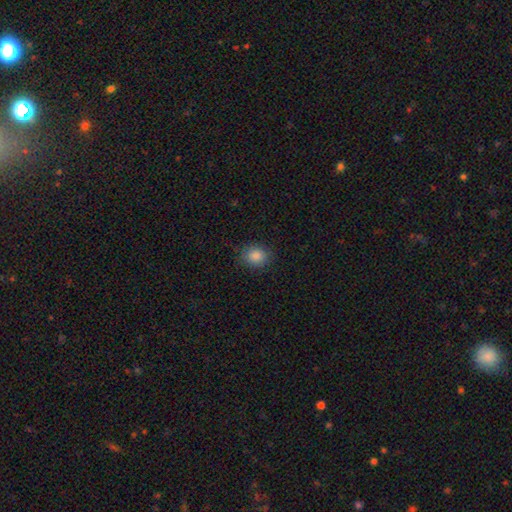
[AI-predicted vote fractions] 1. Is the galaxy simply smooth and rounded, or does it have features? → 86% smooth, 10% star or artifact, 4% featured or disk.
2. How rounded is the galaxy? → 61% round, 38% in between, 1% cigar-shaped.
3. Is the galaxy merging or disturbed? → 86% none, 11% minor disturbance, 3% major disturbance, 1% merger.